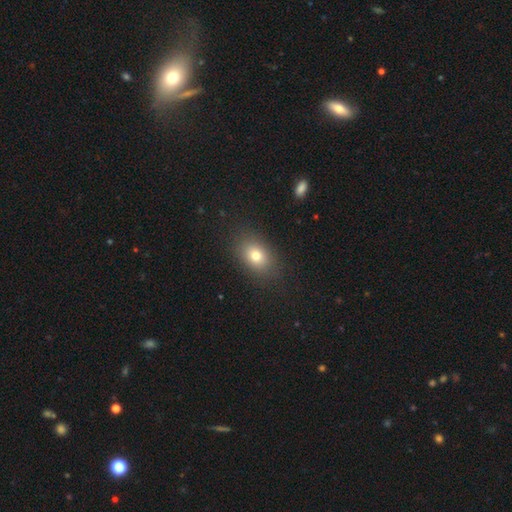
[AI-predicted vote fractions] smooth 77%, star or artifact 12%, featured or disk 11%. Down the decision tree: how rounded — in between (73%); merging — none (86%).